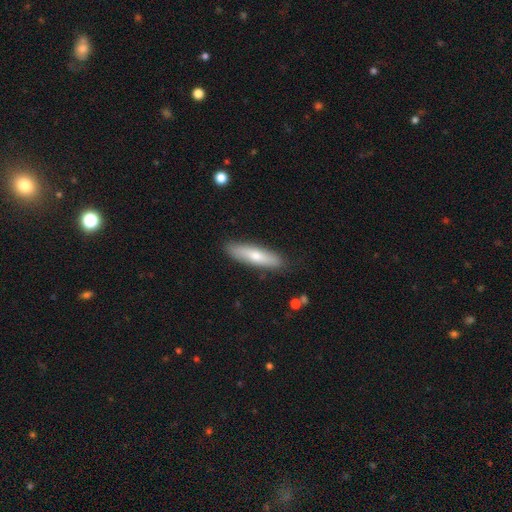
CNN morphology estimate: smooth_or_featured: smooth (p=0.59) [alt: featured or disk p=0.33]
how_rounded: cigar-shaped (p=0.77) [alt: in between p=0.22]
merging: none (p=0.87) [alt: minor disturbance p=0.09]